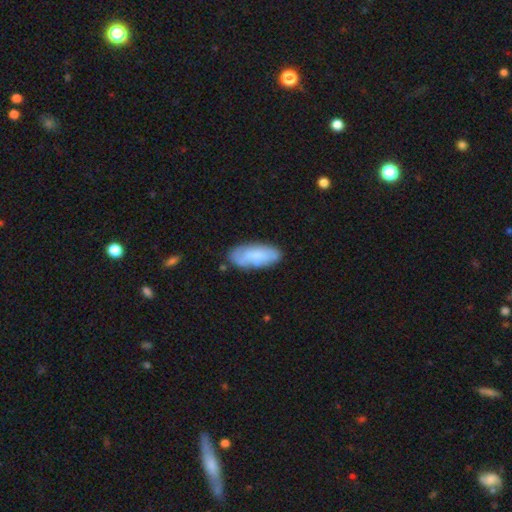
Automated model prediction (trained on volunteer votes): smooth_or_featured: smooth (p=0.63) [alt: featured or disk p=0.30]
how_rounded: in between (p=0.84) [alt: cigar-shaped p=0.14]
merging: none (p=0.73) [alt: minor disturbance p=0.19]